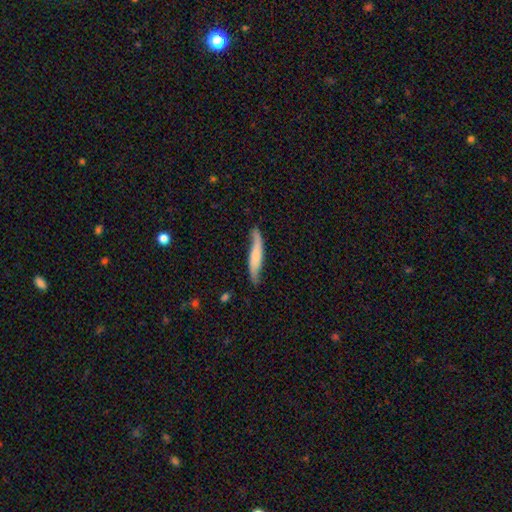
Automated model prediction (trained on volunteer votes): Q: Smooth or featured?
A: smooth (48%); runner-up: featured or disk (46%)
Q: Merging?
A: none (66%); runner-up: minor disturbance (25%)